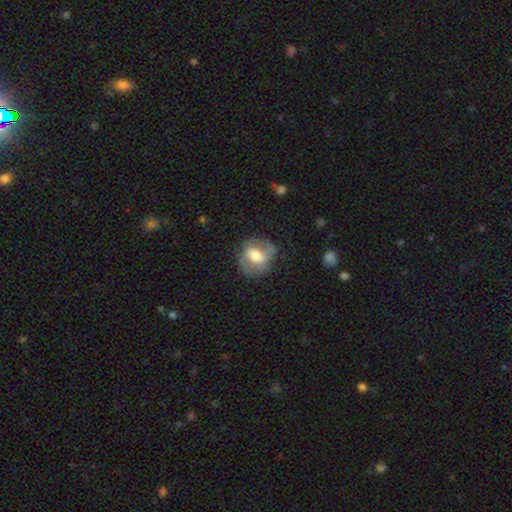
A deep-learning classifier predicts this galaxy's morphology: smooth-or-featured: featured or disk: 51% | smooth: 42% | star or artifact: 7%
  disk-edge-on: no: 95% | yes: 5%
  merging: none: 66% | minor disturbance: 21% | major disturbance: 11% | merger: 2%